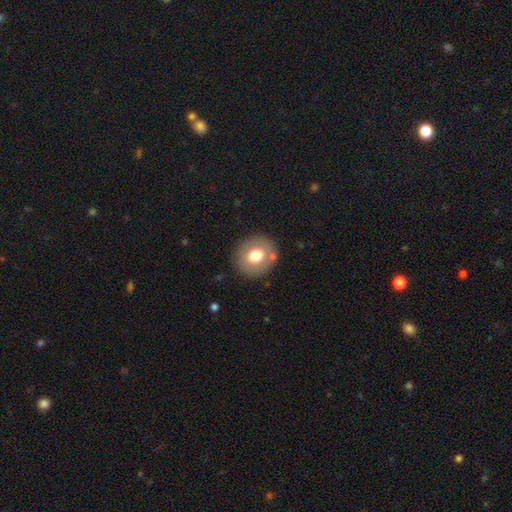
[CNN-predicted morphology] Overall: smooth (66%). How rounded: round (77%). Merging: none (83%).